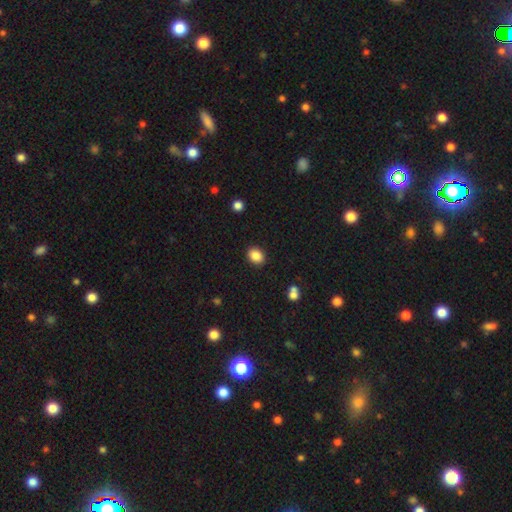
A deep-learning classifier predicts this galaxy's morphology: smooth-or-featured: smooth: 87% | star or artifact: 9% | featured or disk: 4%
  how-rounded: in between: 56% | round: 43% | cigar-shaped: 1%
  merging: none: 89% | minor disturbance: 7% | major disturbance: 2% | merger: 1%